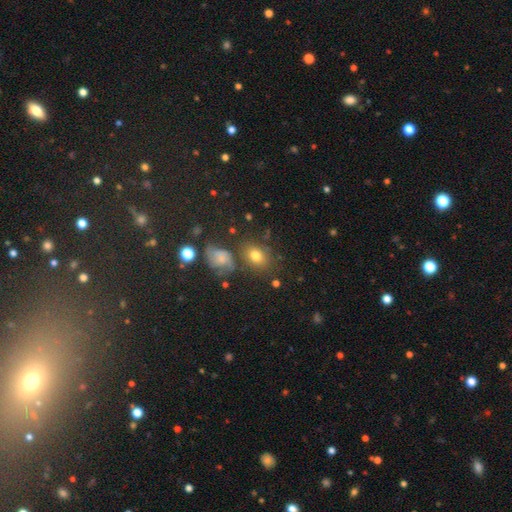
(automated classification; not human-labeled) Smooth or featured? smooth (70%)
How rounded? in between (61%)
Merging? none (68%)